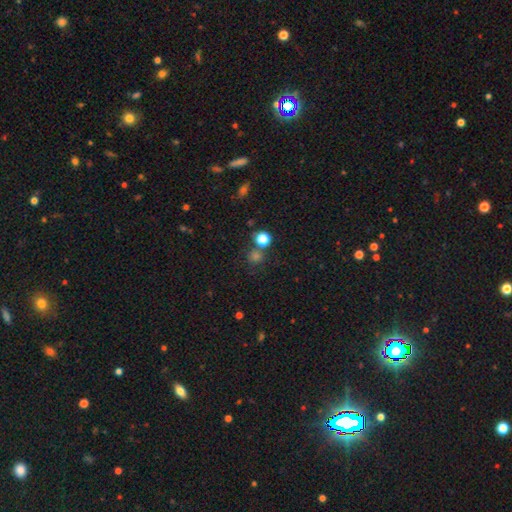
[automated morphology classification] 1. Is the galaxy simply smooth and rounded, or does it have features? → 56% smooth, 37% star or artifact, 7% featured or disk.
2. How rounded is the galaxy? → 88% round, 11% in between, 1% cigar-shaped.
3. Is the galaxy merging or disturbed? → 72% none, 15% merger, 9% minor disturbance, 4% major disturbance.